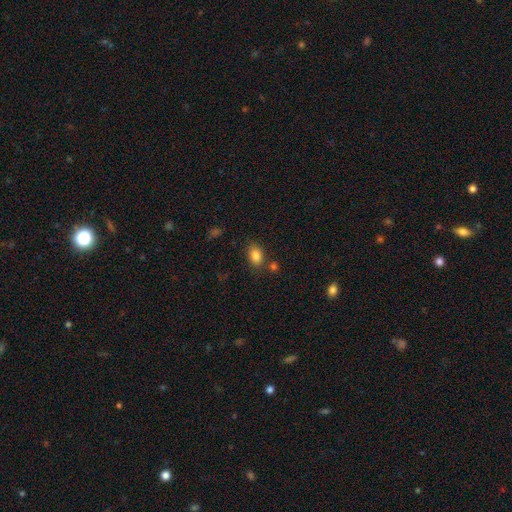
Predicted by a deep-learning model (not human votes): Smooth or featured? smooth (85%)
How rounded? in between (79%)
Merging? none (74%)